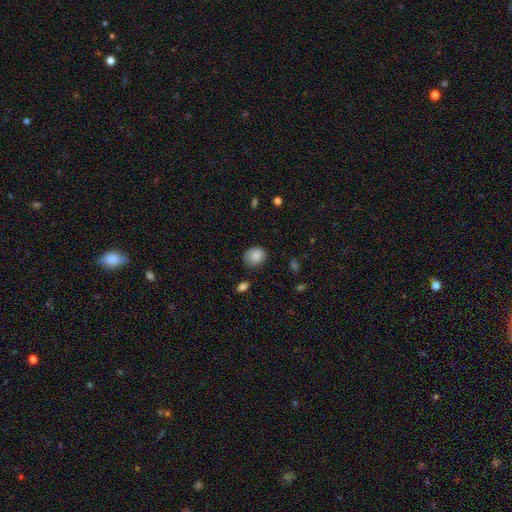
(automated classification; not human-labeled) Overall: smooth (84%). How rounded: round (61%; in between 38%). Merging: none (70%).